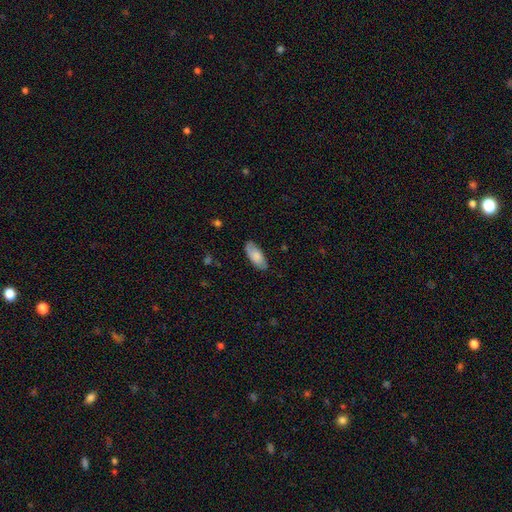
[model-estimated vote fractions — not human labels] Overall: smooth (74%). How rounded: in between (88%). Merging: none (80%).